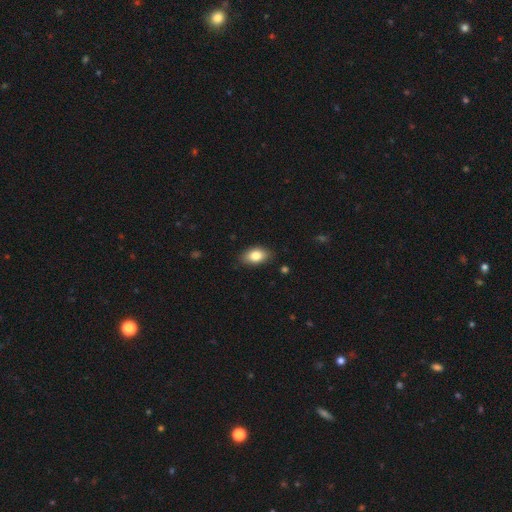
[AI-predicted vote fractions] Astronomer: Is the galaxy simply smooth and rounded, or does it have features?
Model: smooth — 83%.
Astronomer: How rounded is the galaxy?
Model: in between — 90%.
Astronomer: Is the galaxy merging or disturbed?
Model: none — 86%.